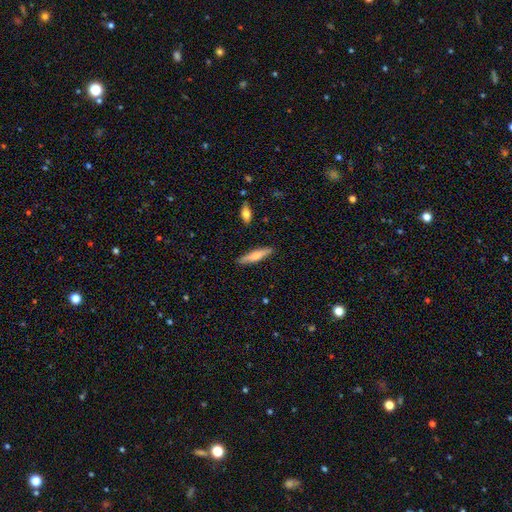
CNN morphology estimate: Smooth or featured?
  - smooth: 59% *
  - featured or disk: 35%
  - star or artifact: 6%
How rounded?
  - cigar-shaped: 84% *
  - in between: 15%
  - round: 2%
Merging?
  - none: 89% *
  - minor disturbance: 8%
  - major disturbance: 2%
  - merger: 2%